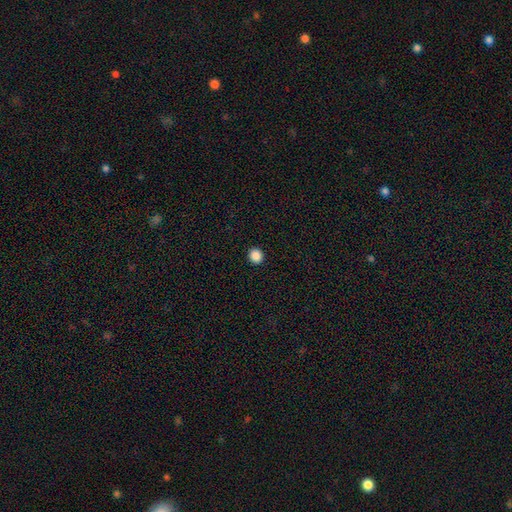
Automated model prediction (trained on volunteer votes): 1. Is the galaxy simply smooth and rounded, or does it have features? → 87% smooth, 10% star or artifact, 3% featured or disk.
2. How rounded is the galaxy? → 87% round, 12% in between, 1% cigar-shaped.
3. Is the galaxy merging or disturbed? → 93% none, 4% minor disturbance, 1% major disturbance, 1% merger.